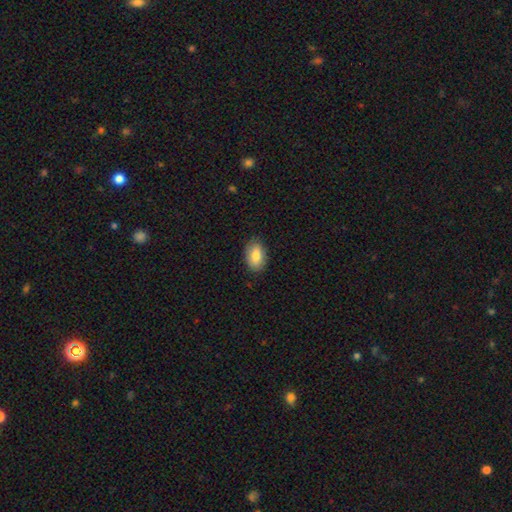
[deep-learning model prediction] Smooth or featured: smooth — 82% (featured or disk — 11%)
How rounded: in between — 89% (round — 9%)
Merging: none — 87% (minor disturbance — 10%)